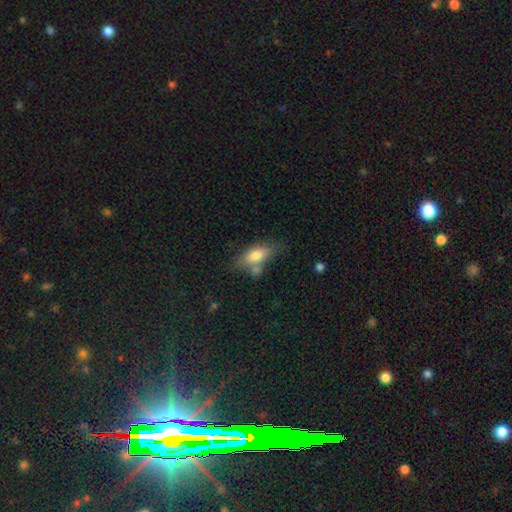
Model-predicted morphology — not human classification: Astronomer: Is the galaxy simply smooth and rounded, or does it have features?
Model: smooth — 76%.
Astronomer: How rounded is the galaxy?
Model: in between — 82%.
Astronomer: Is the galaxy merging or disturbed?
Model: none — 52%.